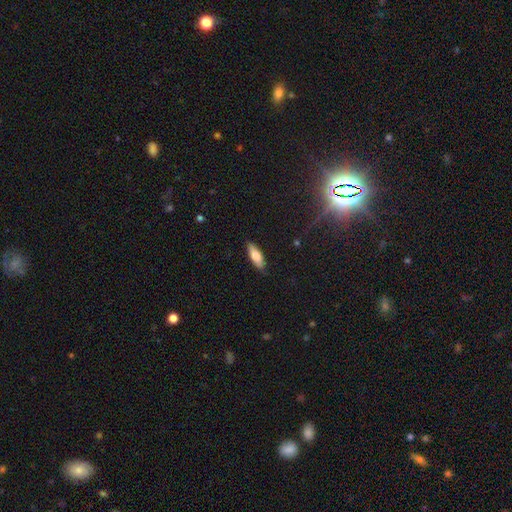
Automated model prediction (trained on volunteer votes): Smooth or featured? Predicted: smooth (p=0.76). How rounded? Predicted: in between (p=0.58). Merging? Predicted: none (p=0.87).